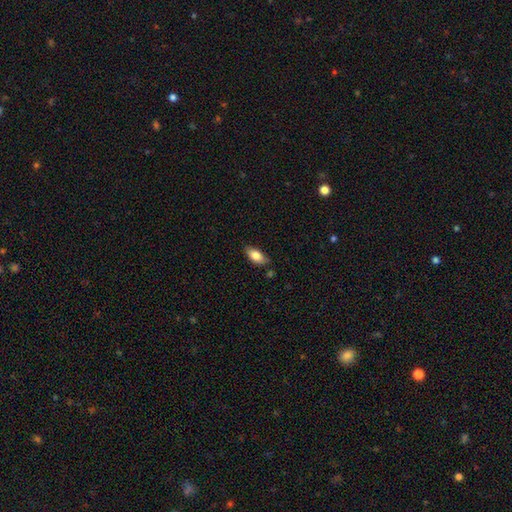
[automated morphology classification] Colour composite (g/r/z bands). It shows a smooth galaxy with no disk features (81%) that is in between round and cigar-shaped (89%). Merging: none (78%).